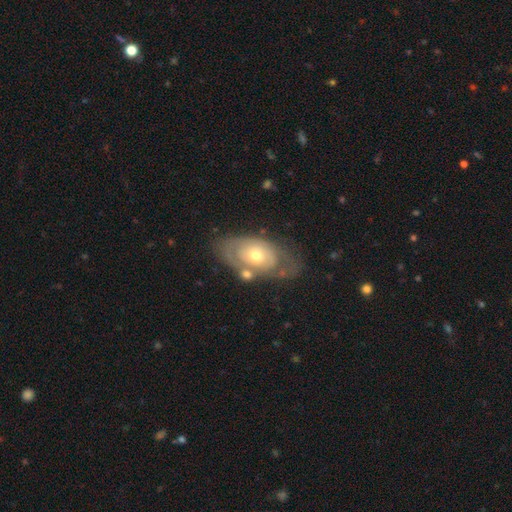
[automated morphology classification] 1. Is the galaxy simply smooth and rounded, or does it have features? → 62% featured or disk, 32% smooth, 6% star or artifact.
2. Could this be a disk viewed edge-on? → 92% no, 8% yes.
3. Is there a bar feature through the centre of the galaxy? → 88% no, 10% weak, 2% strong.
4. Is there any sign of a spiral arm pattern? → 58% no, 42% yes.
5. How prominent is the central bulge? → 59% moderate, 35% small, 4% large, 1% dominant, 1% none.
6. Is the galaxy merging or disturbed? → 58% none, 20% minor disturbance, 12% major disturbance, 10% merger.